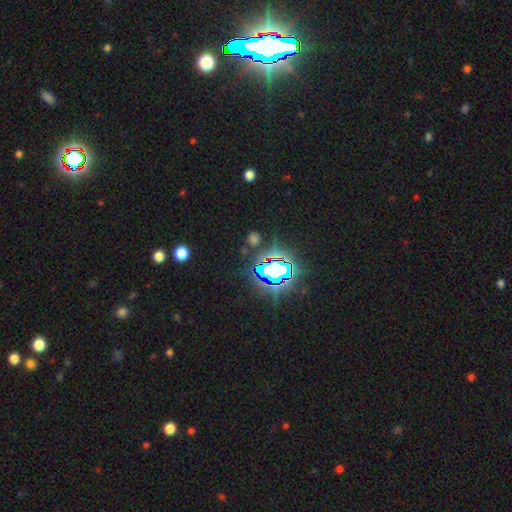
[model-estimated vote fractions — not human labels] Smooth or featured: star or artifact — 85% (smooth — 9%)